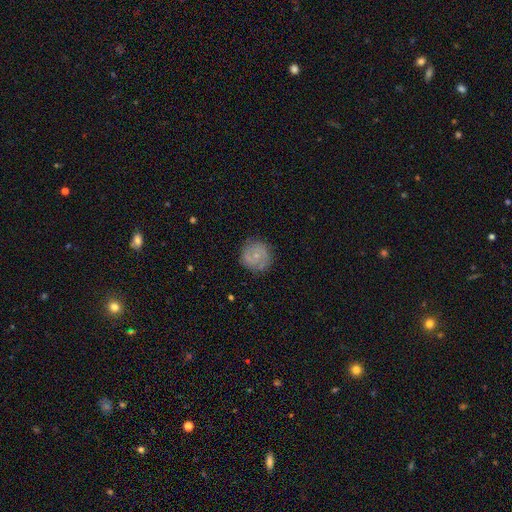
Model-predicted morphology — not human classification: Overall: featured or disk (51%; smooth 41%). Edge-on disk: no (98%). Merging: none (80%).